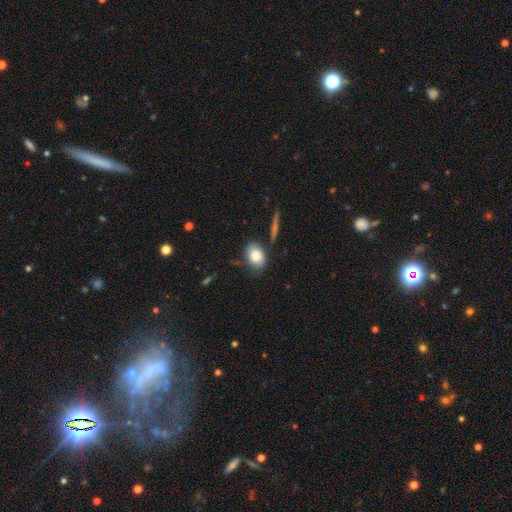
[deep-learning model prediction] Smooth or featured? Predicted: smooth (p=0.81). How rounded? Predicted: in between (p=0.74). Merging? Predicted: none (p=0.67).